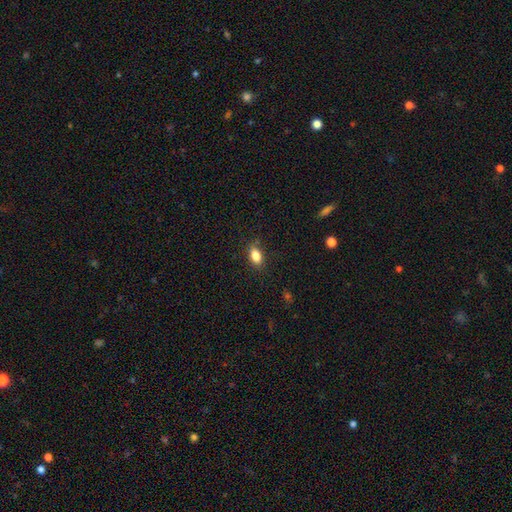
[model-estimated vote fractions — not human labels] Morphology: type=smooth (84%); roundness=in between (86%); merging=none (82%).